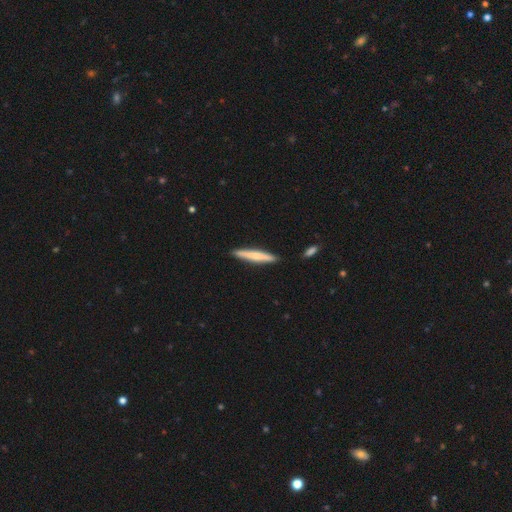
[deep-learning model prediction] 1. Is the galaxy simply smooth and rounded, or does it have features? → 60% smooth, 35% featured or disk, 5% star or artifact.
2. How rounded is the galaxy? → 94% cigar-shaped, 5% in between, 1% round.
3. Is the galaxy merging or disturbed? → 89% none, 7% minor disturbance, 2% merger, 1% major disturbance.